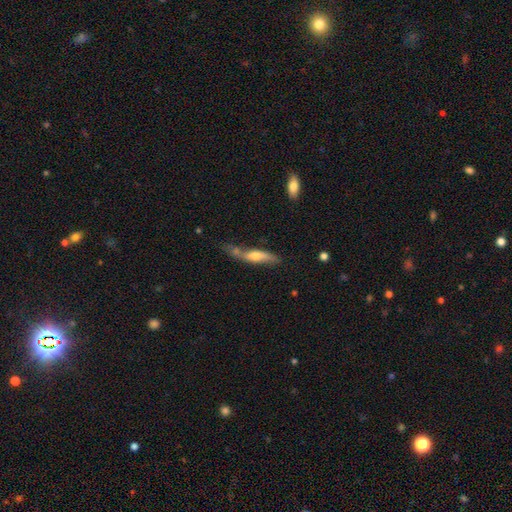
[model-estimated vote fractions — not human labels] A smooth galaxy with no disk features (48%).

Vote fractions:
- Smooth or featured? smooth: 48% / featured or disk: 45% / star or artifact: 7%
- Merging? none: 47% / merger: 23% / minor disturbance: 22% / major disturbance: 9%